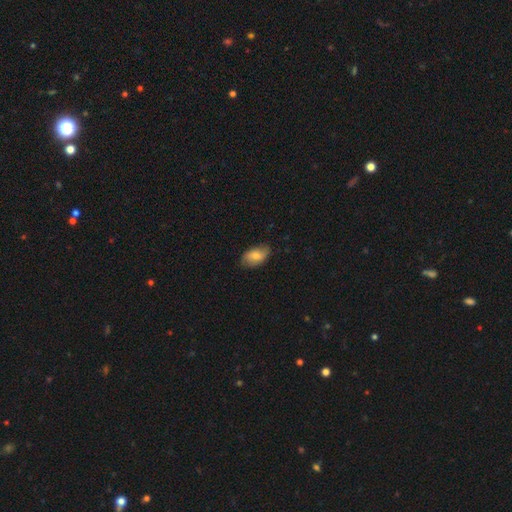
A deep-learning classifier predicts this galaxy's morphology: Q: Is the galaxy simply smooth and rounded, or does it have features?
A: smooth — 70%.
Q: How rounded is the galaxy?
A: in between — 92%.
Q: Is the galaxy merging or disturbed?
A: none — 78%.